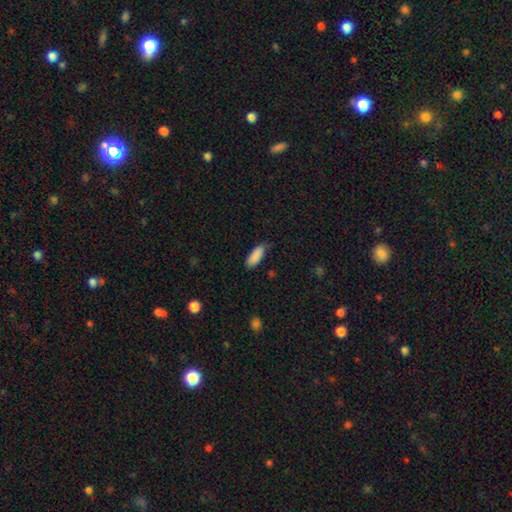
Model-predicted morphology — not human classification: smooth 89%, star or artifact 7%, featured or disk 4%. Down the decision tree: how rounded — in between (74%); merging — none (72%).